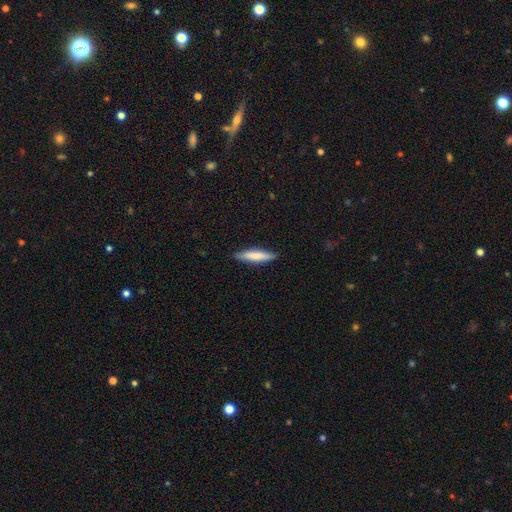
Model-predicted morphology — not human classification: Smooth or featured? smooth (71%)
How rounded? cigar-shaped (83%)
Merging? none (89%)